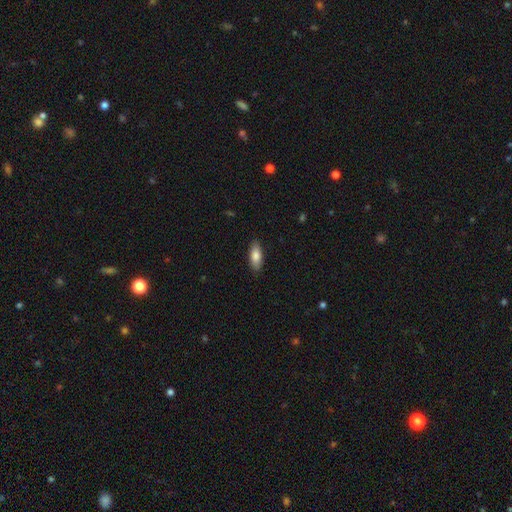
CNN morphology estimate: Smooth or featured: smooth — 82% (featured or disk — 12%)
How rounded: in between — 76% (cigar-shaped — 21%)
Merging: none — 88% (minor disturbance — 9%)